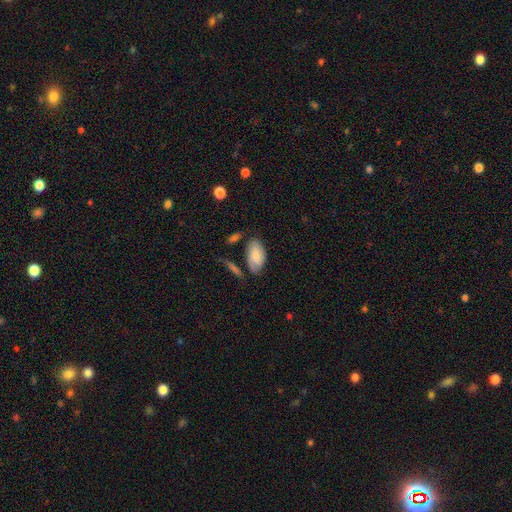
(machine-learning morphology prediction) smooth 74%, featured or disk 20%, star or artifact 6%. Down the decision tree: how rounded — in between (94%); merging — none (67%).